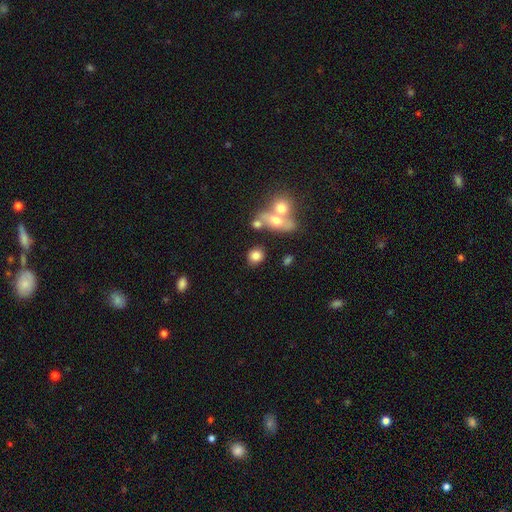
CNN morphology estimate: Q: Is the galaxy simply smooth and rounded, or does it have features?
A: smooth — 78%.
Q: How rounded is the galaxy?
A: round — 69%.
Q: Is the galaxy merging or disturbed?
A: none — 69%.